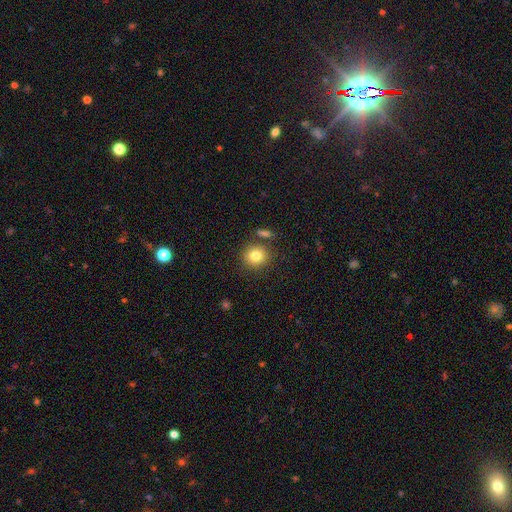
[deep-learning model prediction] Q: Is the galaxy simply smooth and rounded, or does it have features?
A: smooth — 81%.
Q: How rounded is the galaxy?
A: round — 87%.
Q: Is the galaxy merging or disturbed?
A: none — 80%.